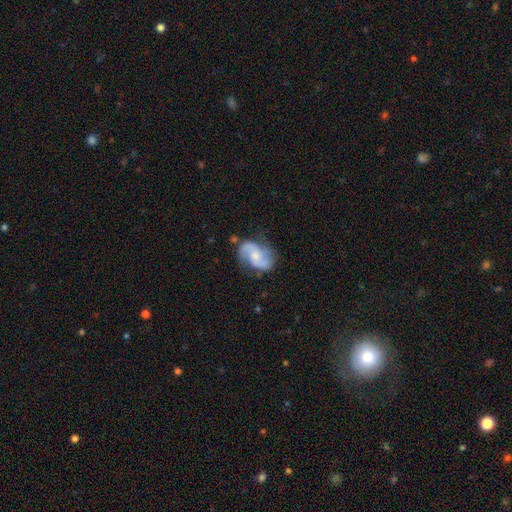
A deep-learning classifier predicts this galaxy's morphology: Smooth or featured? featured or disk (79%)
Edge-on disk? no (98%)
Bar? no (57%)
Spiral arms? yes (95%)
Spiral winding? medium (45%)
Spiral arm count? 2 (90%)
Bulge size? small (50%)
Merging? none (71%)